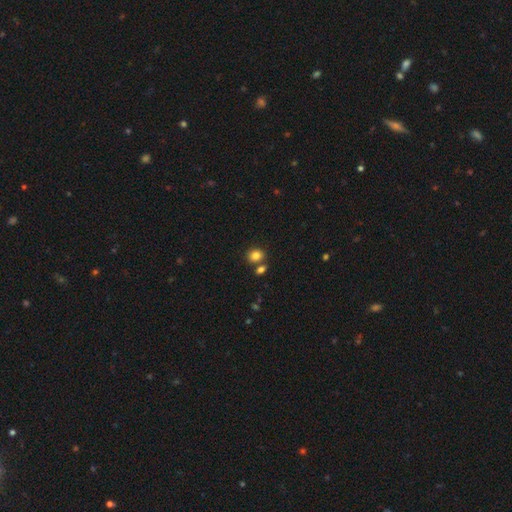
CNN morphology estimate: This appears to be a smooth galaxy with no disk features (83%) that is round (61%). Merging: none (68%).